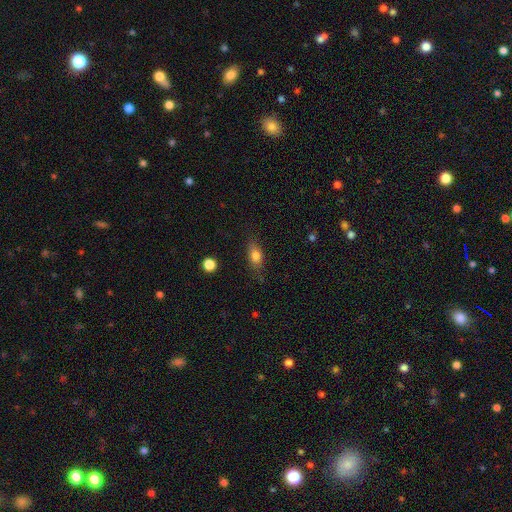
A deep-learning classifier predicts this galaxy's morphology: A smooth galaxy with no disk features (76%) that is in between round and cigar-shaped (77%).

Vote fractions:
- Smooth or featured? smooth: 76% / featured or disk: 15% / star or artifact: 9%
- How rounded? in between: 77% / cigar-shaped: 13% / round: 9%
- Merging? none: 77% / minor disturbance: 17% / major disturbance: 4% / merger: 2%